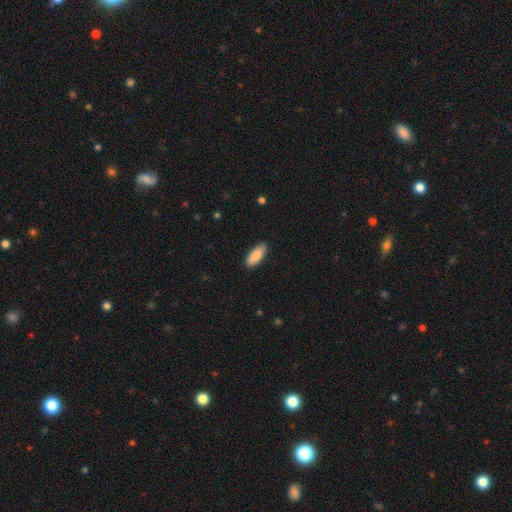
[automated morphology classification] A smooth galaxy with no disk features (89%) that is in between round and cigar-shaped (77%).

Vote fractions:
- Smooth or featured? smooth: 89% / star or artifact: 6% / featured or disk: 5%
- How rounded? in between: 77% / cigar-shaped: 21% / round: 2%
- Merging? none: 87% / minor disturbance: 11% / major disturbance: 2% / merger: 1%